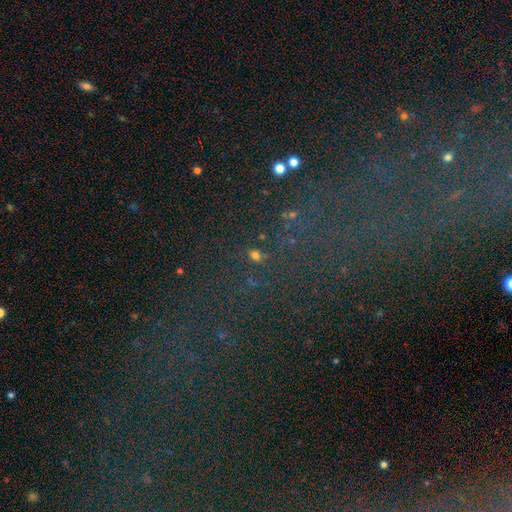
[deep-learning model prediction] Overall: star or artifact (72%).